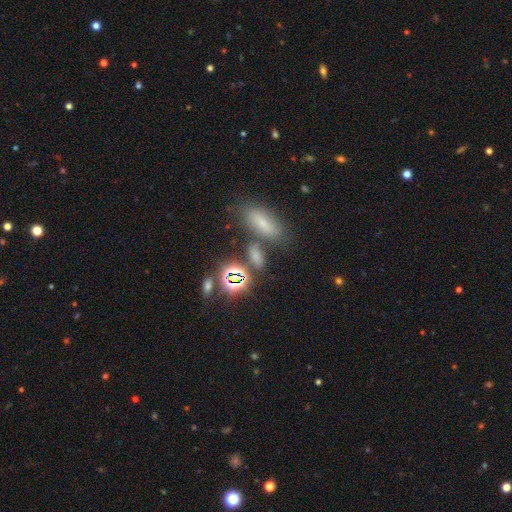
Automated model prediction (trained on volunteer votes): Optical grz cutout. It shows a smooth galaxy with no disk features (56%) that is in between round and cigar-shaped (77%). Merging: none (64%).